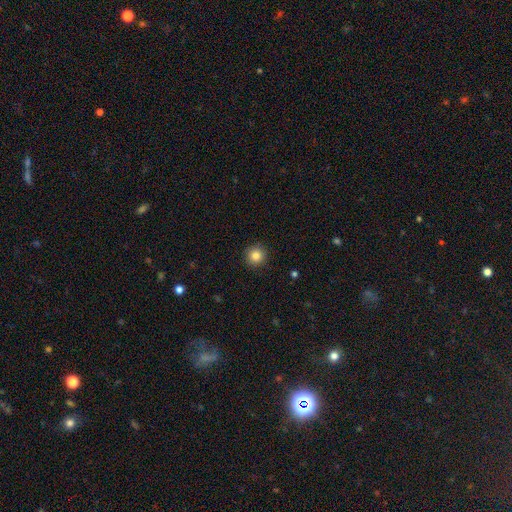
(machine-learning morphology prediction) smooth-or-featured: smooth: 84% | star or artifact: 10% | featured or disk: 5%
  how-rounded: round: 95% | in between: 4% | cigar-shaped: 1%
  merging: none: 92% | minor disturbance: 5% | major disturbance: 2% | merger: 1%